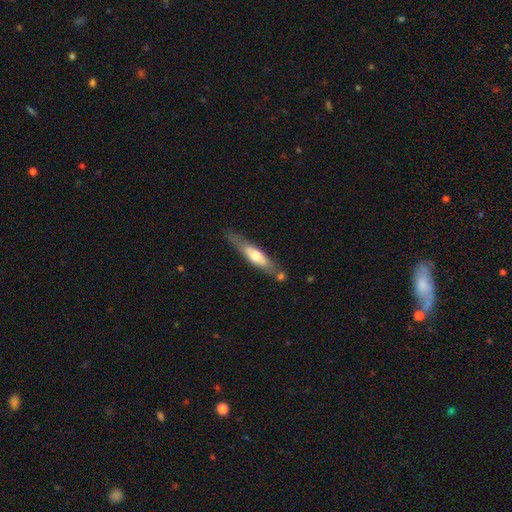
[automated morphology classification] smooth-or-featured: smooth: 51% | featured or disk: 44% | star or artifact: 5%
  how-rounded: cigar-shaped: 75% | in between: 24% | round: 2%
  merging: none: 65% | minor disturbance: 20% | merger: 9% | major disturbance: 6%